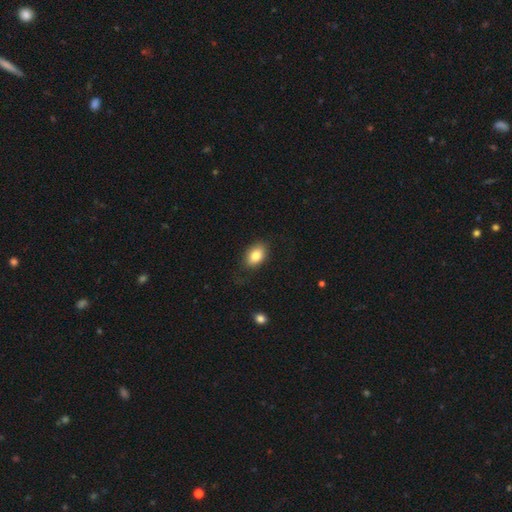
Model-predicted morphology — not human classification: smooth 83%, featured or disk 9%, star or artifact 8%. Down the decision tree: how rounded — in between (85%); merging — none (82%).